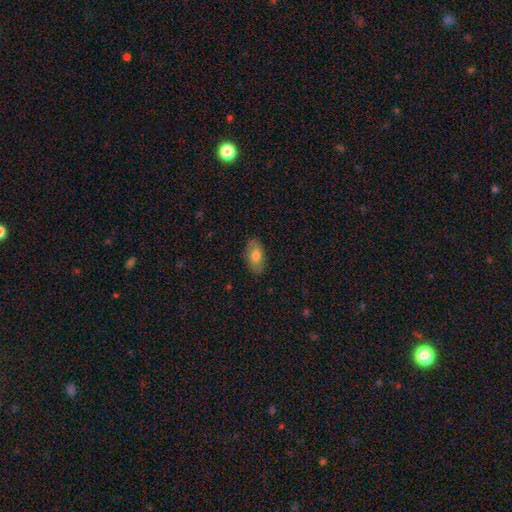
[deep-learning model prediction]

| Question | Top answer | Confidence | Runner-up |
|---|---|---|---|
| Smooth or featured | smooth | 74% | featured or disk (19%) |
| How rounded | in between | 93% | round (4%) |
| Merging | none | 85% | minor disturbance (11%) |